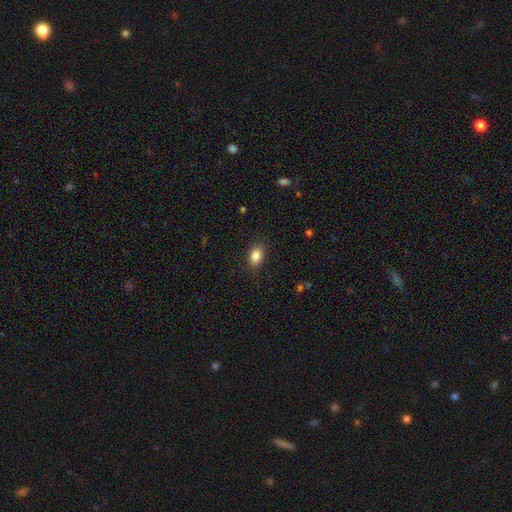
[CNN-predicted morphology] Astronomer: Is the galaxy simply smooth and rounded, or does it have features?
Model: smooth — 86%.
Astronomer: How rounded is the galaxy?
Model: in between — 83%.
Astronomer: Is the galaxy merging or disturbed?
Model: none — 86%.